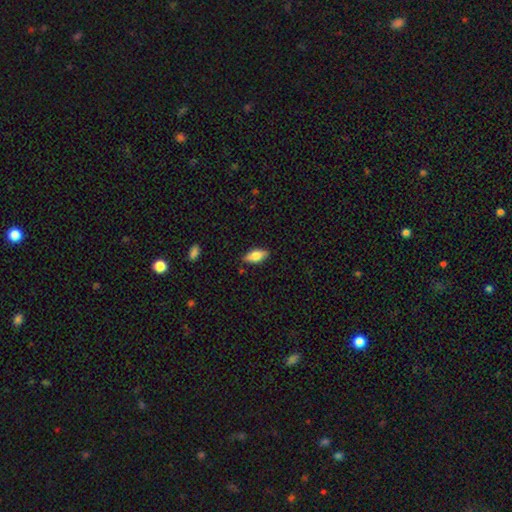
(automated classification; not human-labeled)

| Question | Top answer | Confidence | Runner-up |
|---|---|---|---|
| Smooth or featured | smooth | 71% | featured or disk (22%) |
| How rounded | in between | 82% | cigar-shaped (15%) |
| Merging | none | 85% | minor disturbance (12%) |